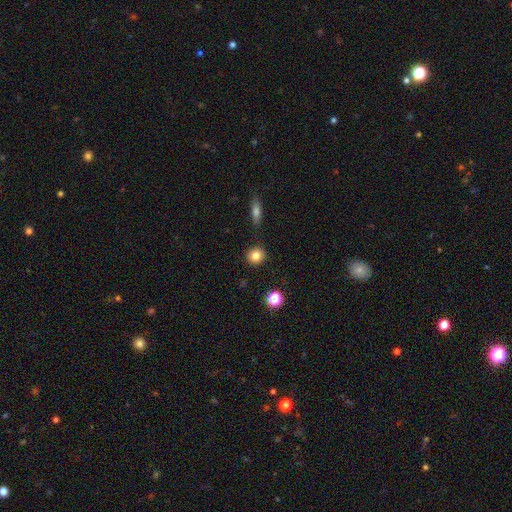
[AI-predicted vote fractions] A smooth galaxy with no disk features (83%) that is round (90%).

Vote fractions:
- Smooth or featured? smooth: 83% / star or artifact: 10% / featured or disk: 7%
- How rounded? round: 90% / in between: 8% / cigar-shaped: 1%
- Merging? none: 90% / minor disturbance: 6% / merger: 2% / major disturbance: 2%